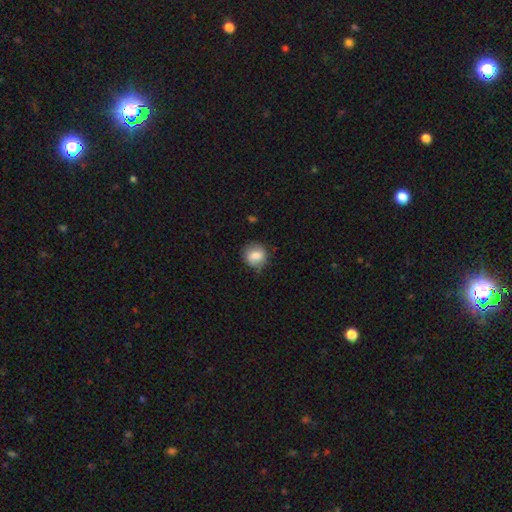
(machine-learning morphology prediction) This appears to be a smooth galaxy with no disk features (80%) that is round (81%). Merging: none (74%).